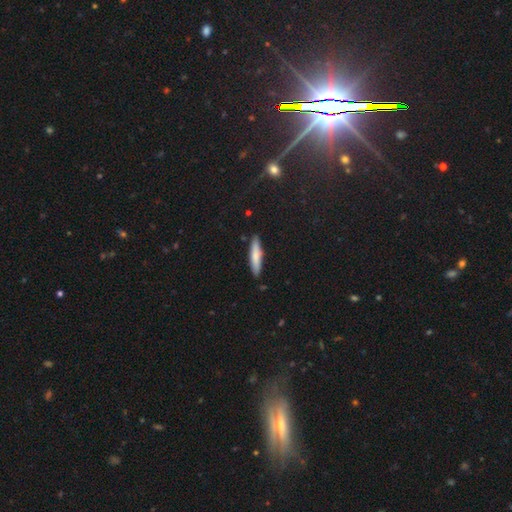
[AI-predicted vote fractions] Smooth or featured: smooth — 73% (featured or disk — 21%)
How rounded: cigar-shaped — 84% (in between — 14%)
Merging: none — 87% (minor disturbance — 10%)